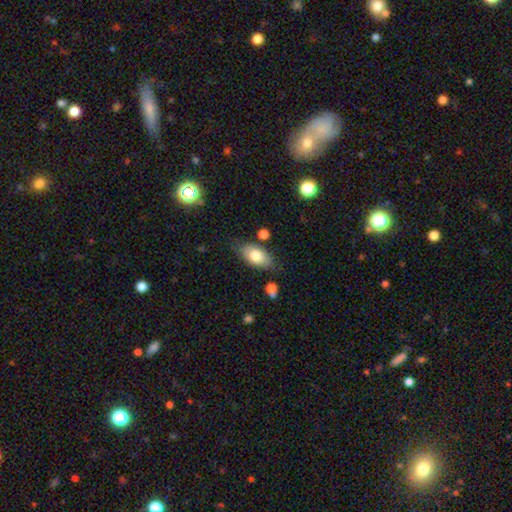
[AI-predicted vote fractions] This is likely a smooth galaxy (78%). How rounded: clearly in between (91%). Merging: likely none (75%).